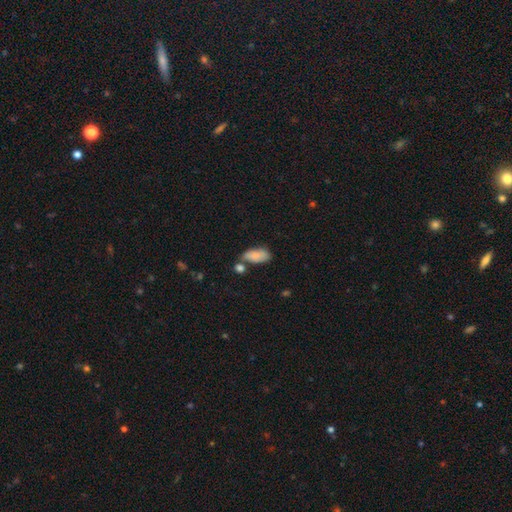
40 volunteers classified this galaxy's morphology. Q: Smooth or featured?
A: smooth (75%); runner-up: featured or disk (15%)
Q: How rounded?
A: in between (97%); runner-up: cigar-shaped (3%)
Q: Merging?
A: none (64%); runner-up: minor disturbance (25%)